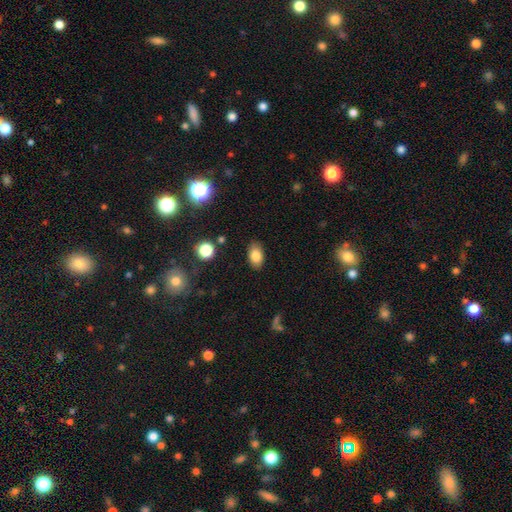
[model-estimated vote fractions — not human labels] Smooth or featured?
  - smooth: 83% *
  - star or artifact: 9%
  - featured or disk: 8%
How rounded?
  - in between: 88% *
  - round: 10%
  - cigar-shaped: 2%
Merging?
  - none: 85% *
  - minor disturbance: 10%
  - major disturbance: 3%
  - merger: 1%